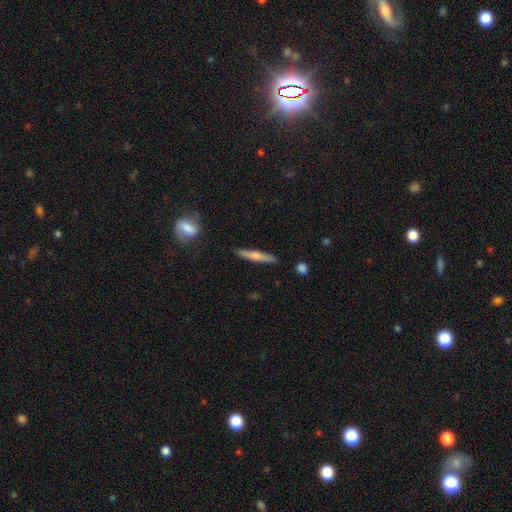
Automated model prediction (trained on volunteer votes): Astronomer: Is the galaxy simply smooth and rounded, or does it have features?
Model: smooth — 56% (runner-up: featured or disk, 38%).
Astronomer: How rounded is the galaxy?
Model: cigar-shaped — 91%.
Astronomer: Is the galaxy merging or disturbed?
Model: none — 89%.